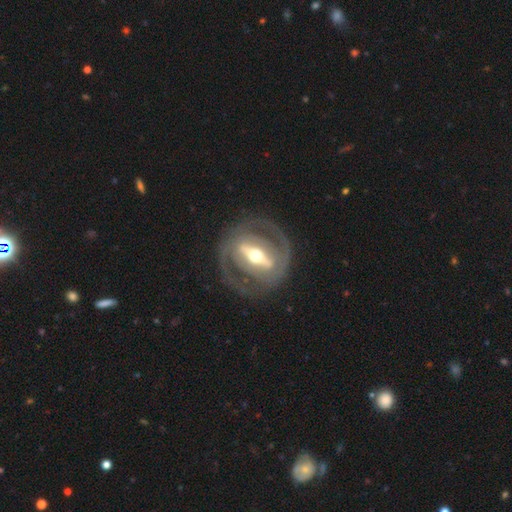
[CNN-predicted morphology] This is clearly a featured or disk galaxy (85%). It is clearly not viewed edge-on (86%). Bar: likely strong (79%). Spiral arm pattern: possibly yes (59%). Central bulge: likely moderate (67%). Merging: likely none (80%).